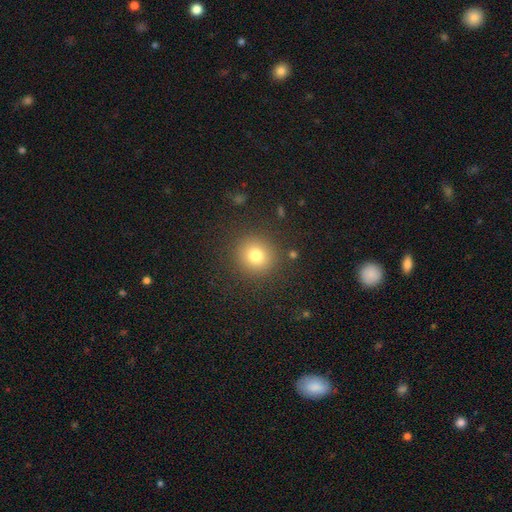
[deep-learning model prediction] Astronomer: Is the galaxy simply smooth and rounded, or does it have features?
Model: smooth — 77%.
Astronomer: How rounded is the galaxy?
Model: round — 92%.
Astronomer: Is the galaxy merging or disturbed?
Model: none — 88%.